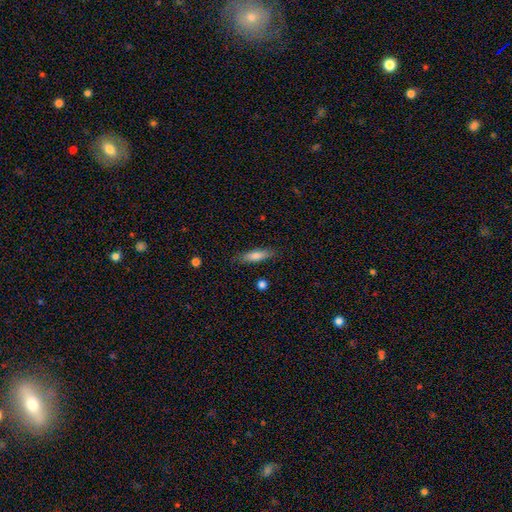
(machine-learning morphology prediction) smooth_or_featured: smooth (p=0.75) [alt: featured or disk p=0.18]
how_rounded: cigar-shaped (p=0.65) [alt: in between p=0.33]
merging: none (p=0.83) [alt: minor disturbance p=0.13]